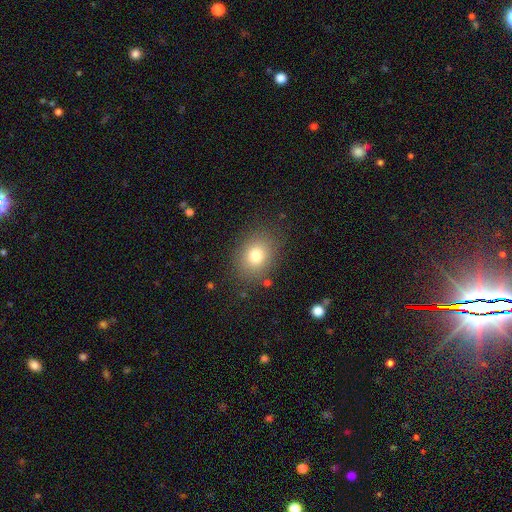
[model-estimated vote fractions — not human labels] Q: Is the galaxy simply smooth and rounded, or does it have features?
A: smooth — 78%.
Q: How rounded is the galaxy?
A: round — 54%.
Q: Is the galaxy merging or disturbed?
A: none — 83%.